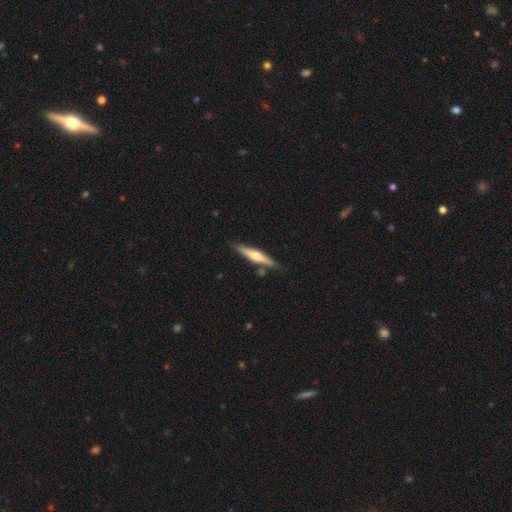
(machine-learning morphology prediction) Q: Smooth or featured?
A: featured or disk (56%); runner-up: smooth (38%)
Q: Edge-on disk?
A: yes (95%); runner-up: no (5%)
Q: Edge-on bulge?
A: rounded (89%); runner-up: none (6%)
Q: Merging?
A: none (82%); runner-up: minor disturbance (11%)